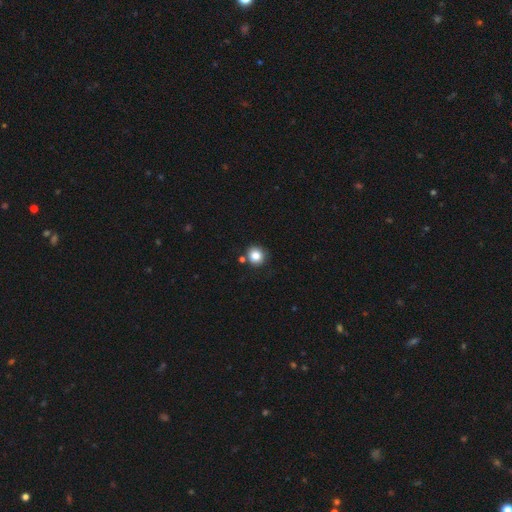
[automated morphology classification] type=smooth (83%); roundness=round (91%); merging=none (80%).